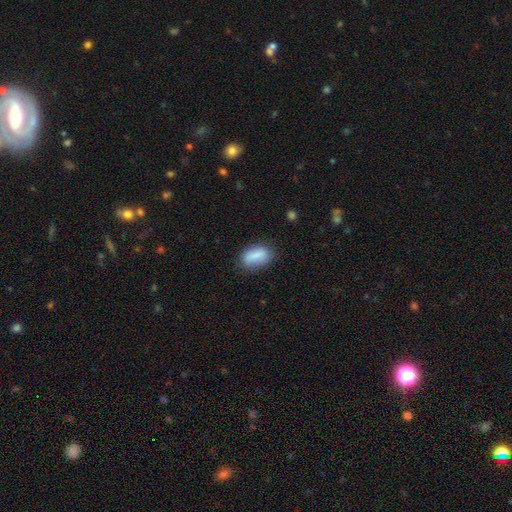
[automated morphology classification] Smooth or featured? smooth (84%)
How rounded? in between (88%)
Merging? none (76%)